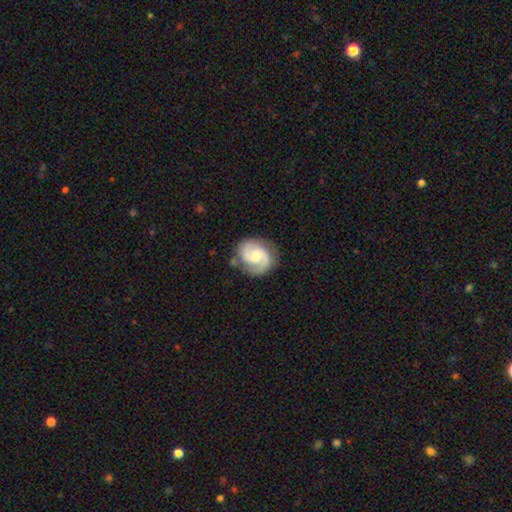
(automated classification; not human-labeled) Smooth or featured? Predicted: featured or disk (p=0.83). Edge-on disk? Predicted: no (p=0.98). Bar? Predicted: no (p=0.49). Spiral arms? Predicted: yes (p=0.97). Spiral winding? Predicted: medium (p=0.53). Spiral arm count? Predicted: 2 (p=0.89). Bulge size? Predicted: moderate (p=0.40, tied with small). Merging? Predicted: none (p=0.77).